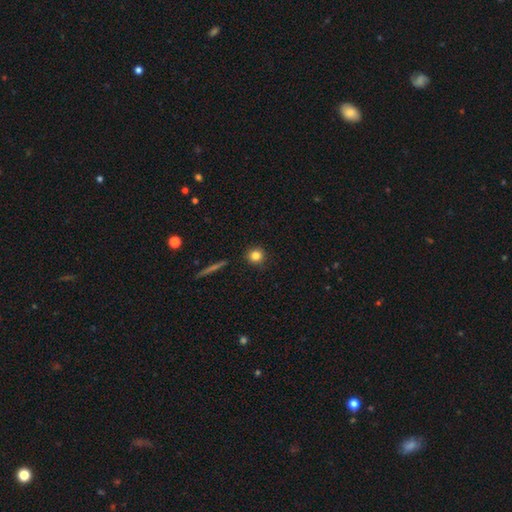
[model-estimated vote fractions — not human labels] Smooth or featured? smooth (82%)
How rounded? round (93%)
Merging? none (91%)